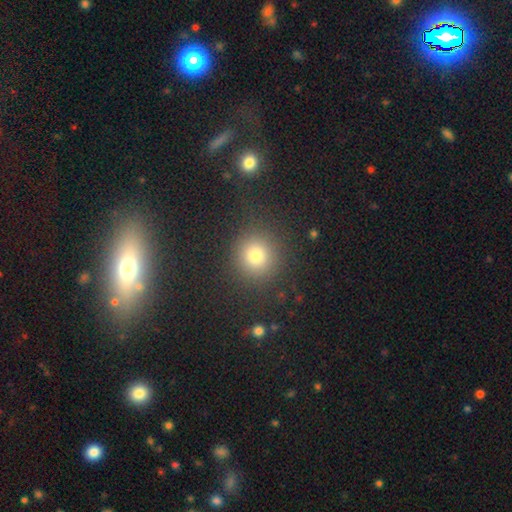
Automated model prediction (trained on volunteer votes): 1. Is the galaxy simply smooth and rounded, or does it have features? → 79% smooth, 15% star or artifact, 7% featured or disk.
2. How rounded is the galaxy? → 90% round, 9% in between, 1% cigar-shaped.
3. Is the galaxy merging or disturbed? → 86% none, 8% minor disturbance, 4% major disturbance, 2% merger.